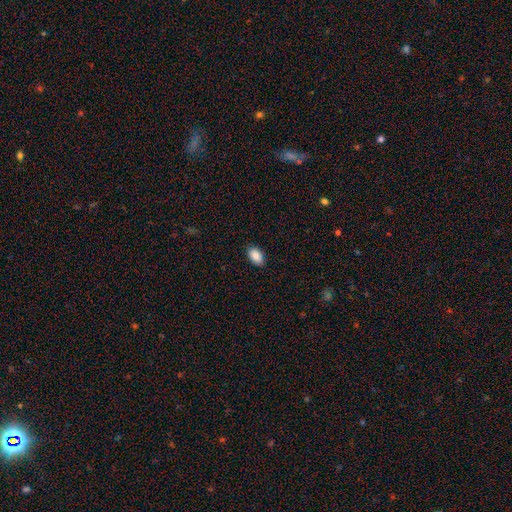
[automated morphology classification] Smooth or featured? smooth (90%)
How rounded? in between (93%)
Merging? none (89%)